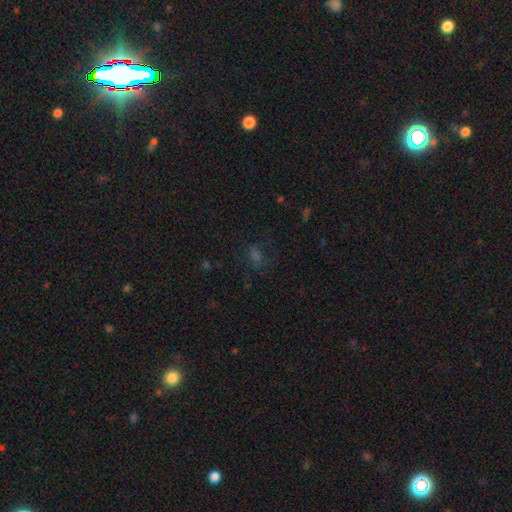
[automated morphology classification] Smooth or featured?
  - star or artifact: 43% *
  - smooth: 42%
  - featured or disk: 15%